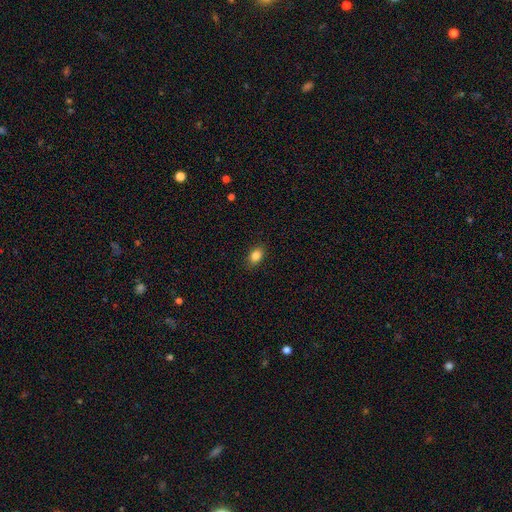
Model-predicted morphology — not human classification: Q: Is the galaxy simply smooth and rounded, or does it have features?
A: smooth — 85%.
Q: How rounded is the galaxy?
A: in between — 78%.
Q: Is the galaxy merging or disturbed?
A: none — 87%.